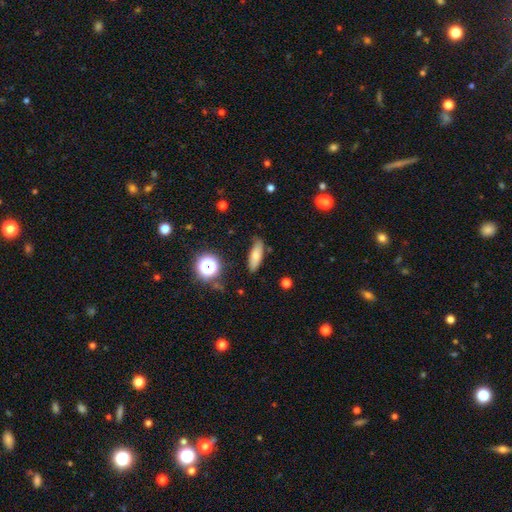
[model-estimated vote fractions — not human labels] smooth-or-featured: smooth: 74% | featured or disk: 16% | star or artifact: 11%
  how-rounded: in between: 56% | cigar-shaped: 40% | round: 4%
  merging: none: 80% | minor disturbance: 15% | major disturbance: 3% | merger: 2%